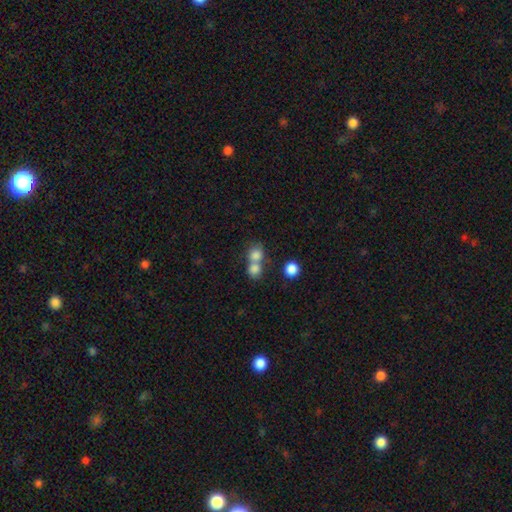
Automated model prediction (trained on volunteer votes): A smooth galaxy with no disk features (79%) that is round (73%).

Vote fractions:
- Smooth or featured? smooth: 79% / star or artifact: 11% / featured or disk: 10%
- How rounded? round: 73% / in between: 25% / cigar-shaped: 1%
- Merging? merger: 59% / none: 31% / minor disturbance: 6% / major disturbance: 4%